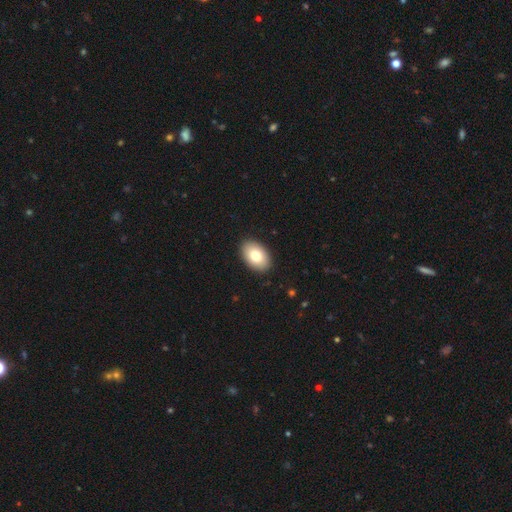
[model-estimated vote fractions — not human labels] smooth_or_featured: smooth (p=0.79) [alt: featured or disk p=0.14]
how_rounded: in between (p=0.89) [alt: round p=0.10]
merging: none (p=0.90) [alt: minor disturbance p=0.07]